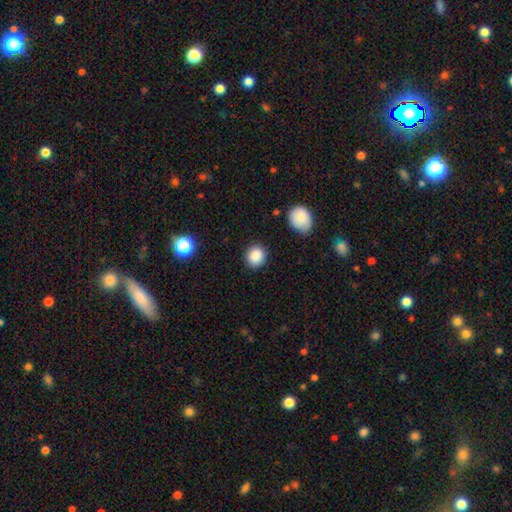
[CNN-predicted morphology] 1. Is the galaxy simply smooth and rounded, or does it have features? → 88% smooth, 9% star or artifact, 4% featured or disk.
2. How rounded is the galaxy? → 83% round, 16% in between, 1% cigar-shaped.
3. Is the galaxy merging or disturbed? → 87% none, 8% minor disturbance, 3% major disturbance, 2% merger.